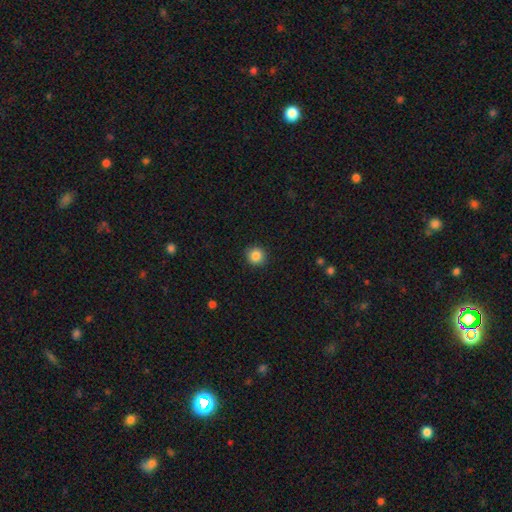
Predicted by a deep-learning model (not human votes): This appears to be a smooth galaxy with no disk features (86%) that is round (93%). Merging: none (92%).